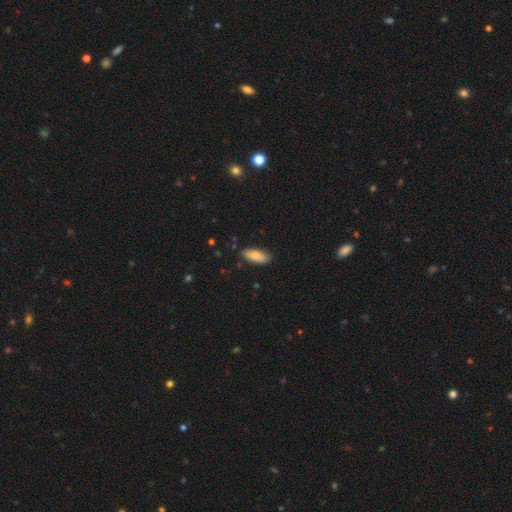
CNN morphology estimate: Overall: smooth (79%). How rounded: in between (81%). Merging: none (84%).